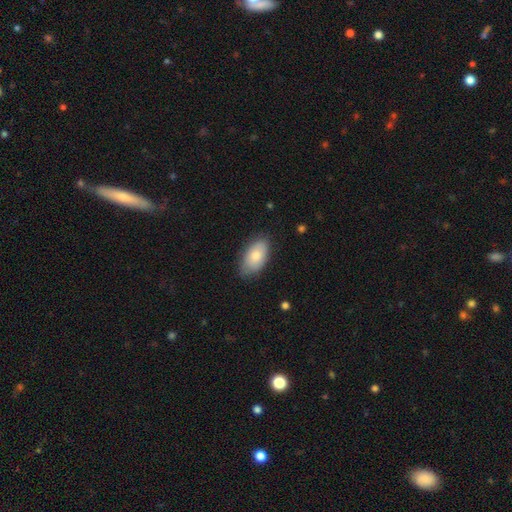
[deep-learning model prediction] Smooth or featured: smooth — 77% (featured or disk — 17%)
How rounded: in between — 94% (round — 4%)
Merging: none — 77% (minor disturbance — 18%)